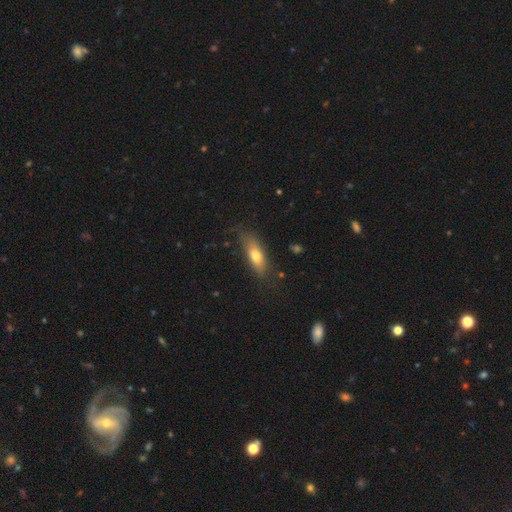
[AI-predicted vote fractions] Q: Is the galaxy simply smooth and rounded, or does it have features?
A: smooth — 68%.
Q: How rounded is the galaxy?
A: in between — 63%.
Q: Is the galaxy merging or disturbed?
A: none — 72%.